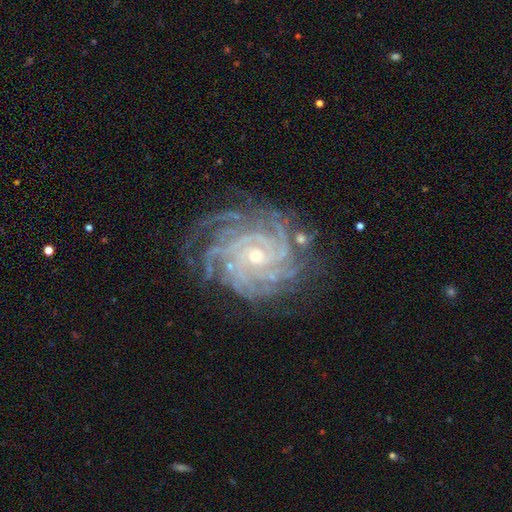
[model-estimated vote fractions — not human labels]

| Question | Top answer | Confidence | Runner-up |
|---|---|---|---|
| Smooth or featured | featured or disk | 91% | star or artifact (6%) |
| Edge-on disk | no | 98% | yes (2%) |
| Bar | no | 68% | weak (23%) |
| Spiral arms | yes | 98% | no (2%) |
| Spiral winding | tight | 81% | medium (17%) |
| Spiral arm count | more than 4 | 35% | 4 (23%) |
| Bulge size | small | 62% | moderate (35%) |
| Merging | none | 74% | minor disturbance (16%) |